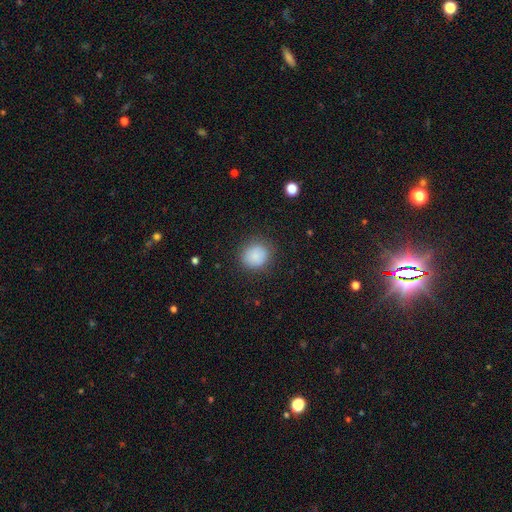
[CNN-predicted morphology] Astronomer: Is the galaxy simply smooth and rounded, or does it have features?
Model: smooth — 86%.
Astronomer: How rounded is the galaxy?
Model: round — 80%.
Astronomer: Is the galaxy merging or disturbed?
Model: none — 85%.